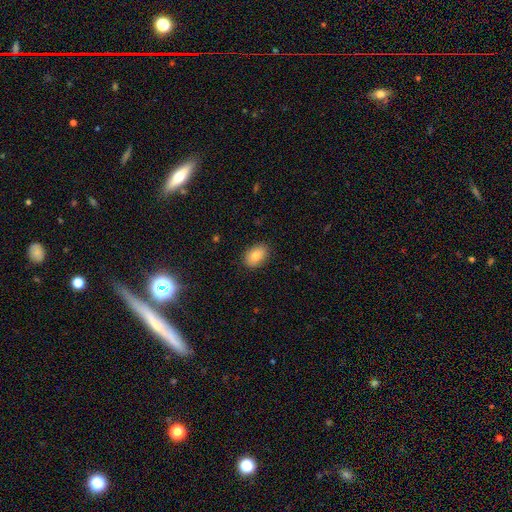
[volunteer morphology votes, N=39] Overall: smooth (92%). How rounded: in between (92%). Merging: none (81%).